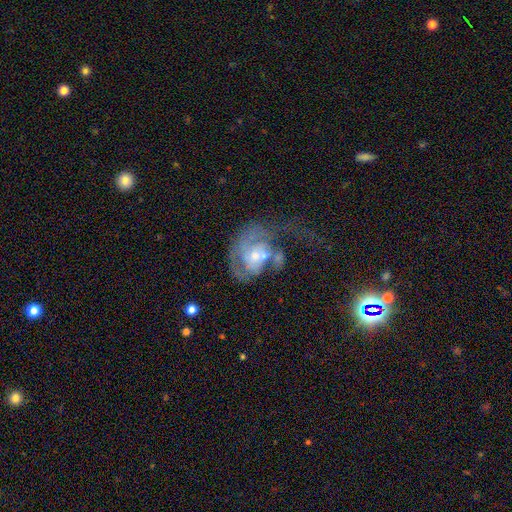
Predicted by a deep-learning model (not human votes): This appears to be a featured or disk galaxy (71%) with no bar (70%), medium (38%) spiral arms (74%) and a small central bulge (45%). Merging: major disturbance (44%).